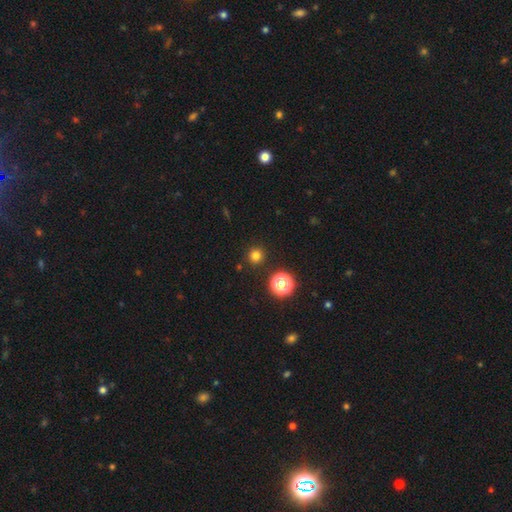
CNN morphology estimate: This is likely a smooth galaxy (78%). How rounded: clearly round (95%). Merging: clearly none (91%).